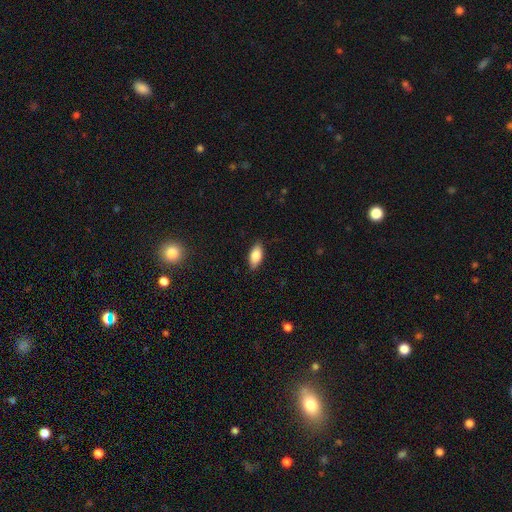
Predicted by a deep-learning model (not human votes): A smooth galaxy with no disk features (83%) that is in between round and cigar-shaped (88%). Merging: none (86%).